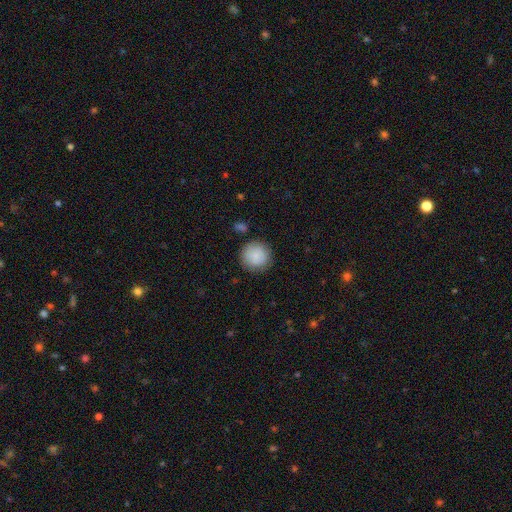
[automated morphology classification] smooth-or-featured: smooth: 87% | star or artifact: 7% | featured or disk: 6%
  how-rounded: round: 94% | in between: 5% | cigar-shaped: 1%
  merging: none: 86% | minor disturbance: 9% | major disturbance: 3% | merger: 2%